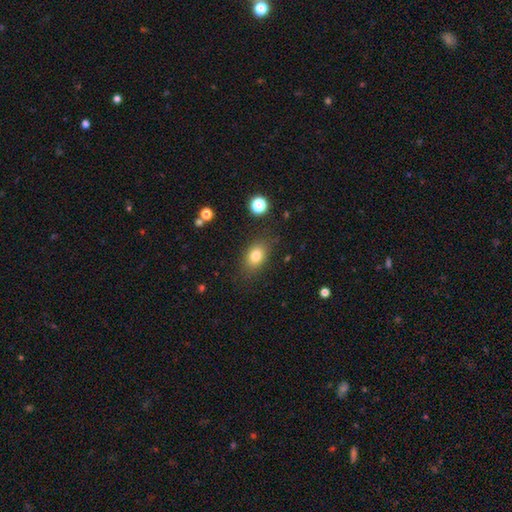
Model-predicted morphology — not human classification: Smooth or featured? smooth (79%)
How rounded? in between (77%)
Merging? none (81%)